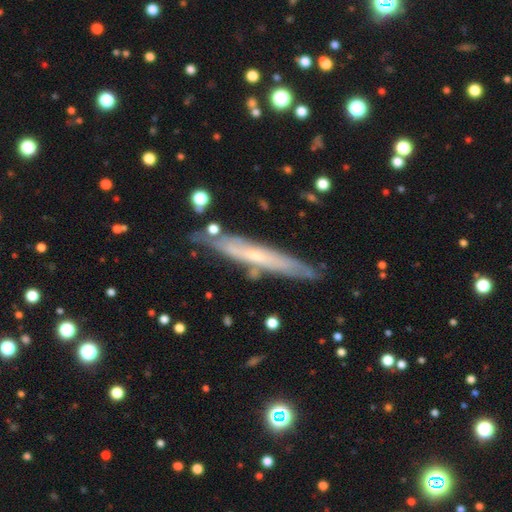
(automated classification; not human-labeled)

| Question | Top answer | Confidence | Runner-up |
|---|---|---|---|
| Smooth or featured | featured or disk | 65% | smooth (29%) |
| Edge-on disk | yes | 81% | no (19%) |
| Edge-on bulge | none | 50% | rounded (46%) |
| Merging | none | 79% | minor disturbance (15%) |